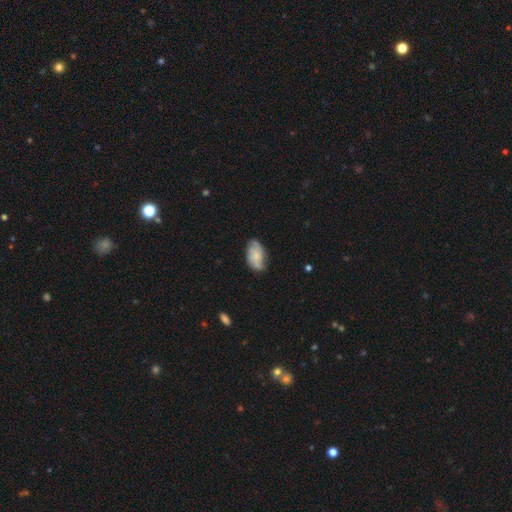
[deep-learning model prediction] Overall: featured or disk (55%; smooth 39%). Edge-on disk: no (96%). Bar: no (74%). Spiral arms: yes (87%). Bulge size: small (57%; moderate 24%). Merging: none (64%; minor disturbance 27%).